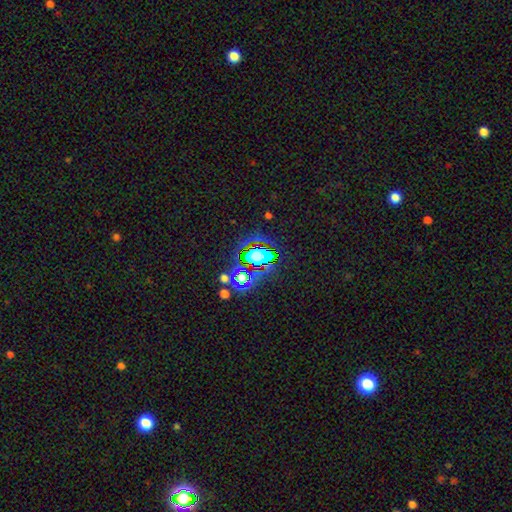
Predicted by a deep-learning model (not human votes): A star or artifact, not a galaxy (59%).